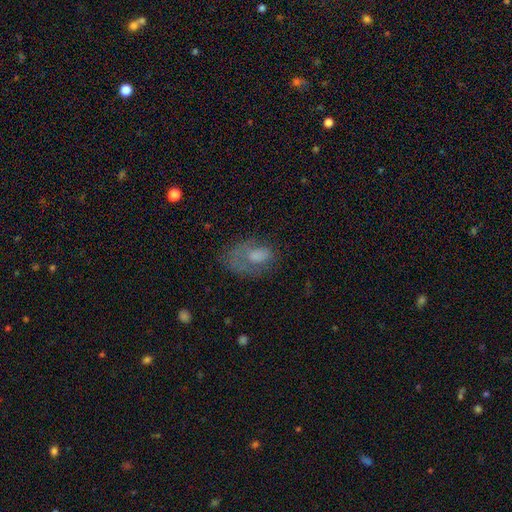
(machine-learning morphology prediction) Overall: smooth (51%; featured or disk 37%). How rounded: in between (85%). Merging: none (42%; major disturbance 31%).